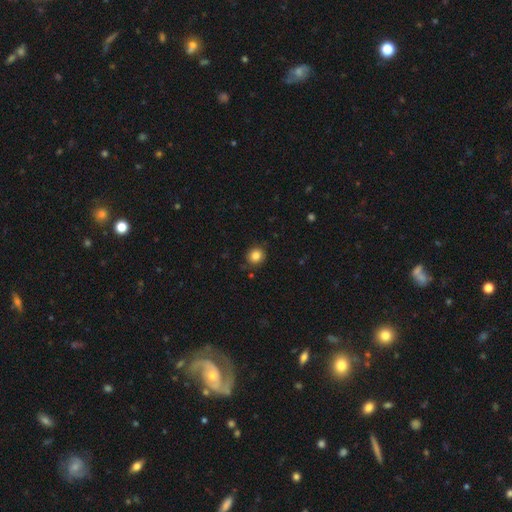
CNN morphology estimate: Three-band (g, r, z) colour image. It shows a smooth galaxy with no disk features (84%) that is round (85%). Merging: none (87%).